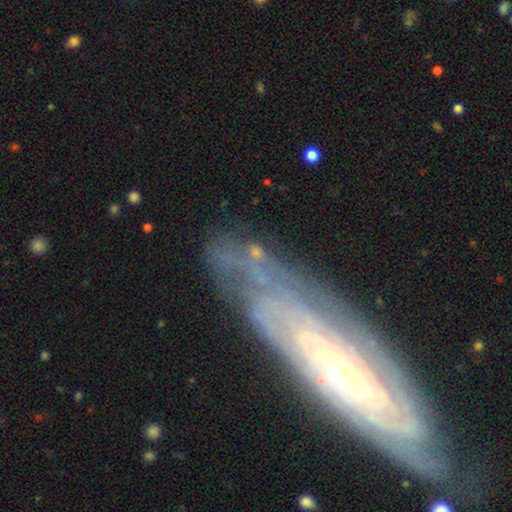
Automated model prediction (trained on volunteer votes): The model was most divided on "smooth or featured": featured or disk: 57%, smooth: 23%, star or artifact: 19%. More confident: edge-on disk — no (81%); merging — none (60%).